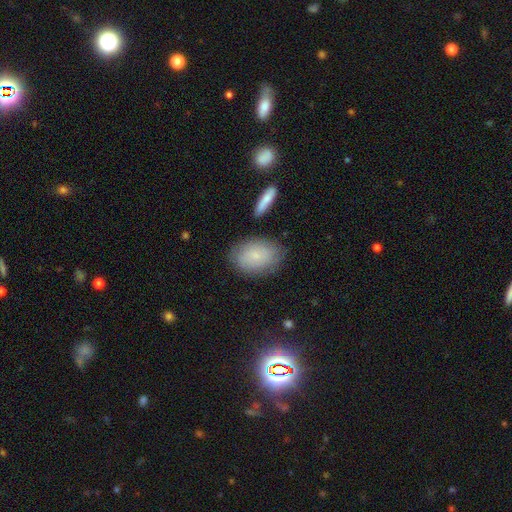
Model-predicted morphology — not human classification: type=smooth (76%); roundness=in between (84%); merging=none (78%).